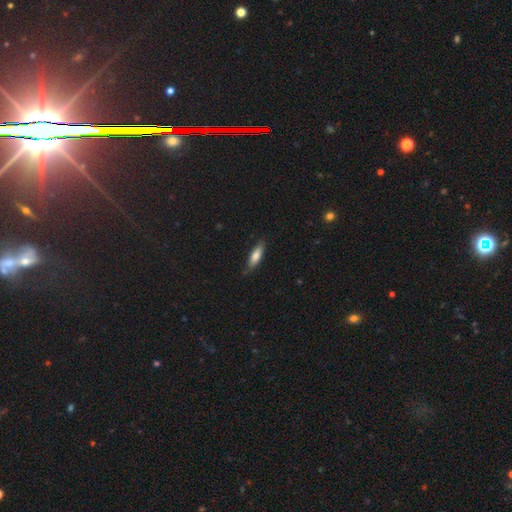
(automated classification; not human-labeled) smooth-or-featured: smooth: 73% | featured or disk: 21% | star or artifact: 6%
  how-rounded: cigar-shaped: 55% | in between: 43% | round: 2%
  merging: none: 74% | minor disturbance: 21% | major disturbance: 4% | merger: 1%